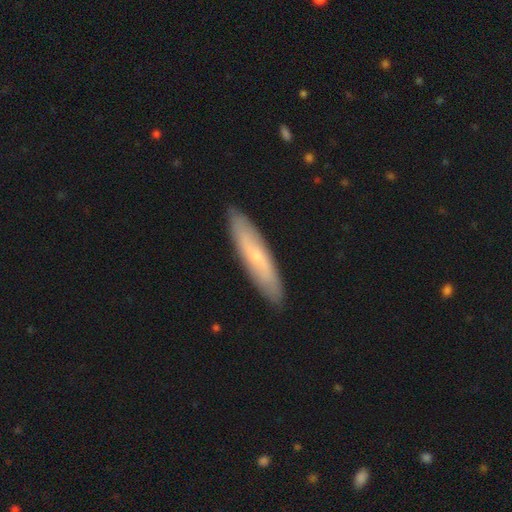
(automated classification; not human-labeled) smooth 54%, featured or disk 41%, star or artifact 5%. Down the decision tree: how rounded — cigar-shaped (81%); merging — none (89%).